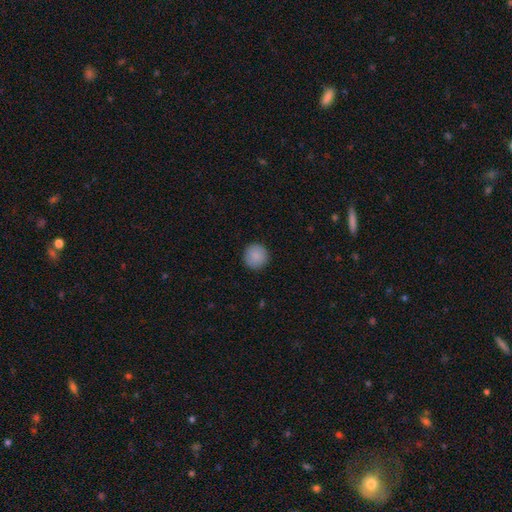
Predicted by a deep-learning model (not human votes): The model was most divided on "smooth or featured": smooth: 89%, star or artifact: 7%, featured or disk: 4%. More confident: how rounded — round (96%); merging — none (92%).